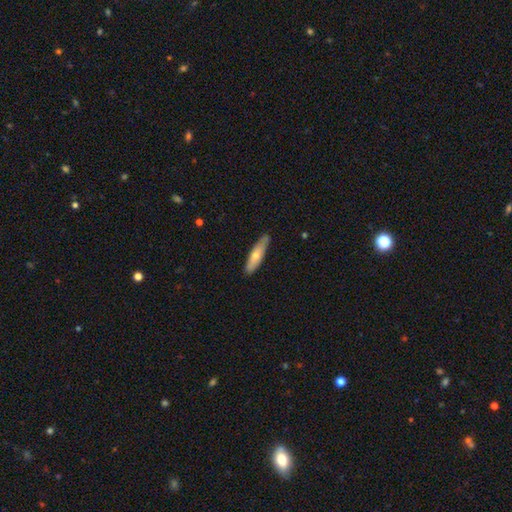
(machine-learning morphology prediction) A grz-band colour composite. It shows a smooth galaxy with no disk features (58%) that is cigar-shaped (76%). Merging: none (84%).